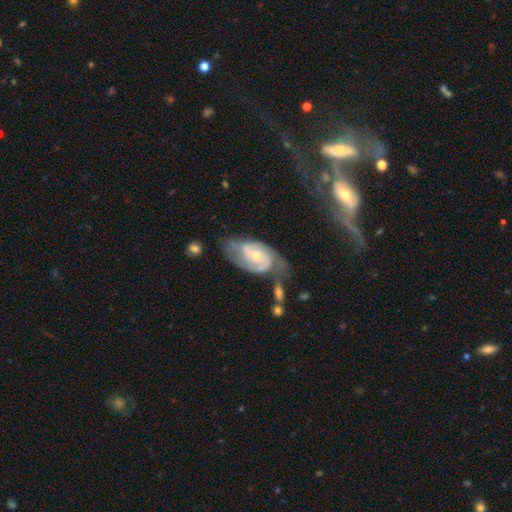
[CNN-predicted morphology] This is clearly a featured or disk galaxy (85%). It is clearly not viewed edge-on (96%). Bar: possibly no (60%). Spiral arm pattern: clearly yes (96%). Spiral arm count: likely 2 (71%). Spiral winding: marginally tight (45%). Central bulge: likely small (61%). Merging: possibly none (49%).